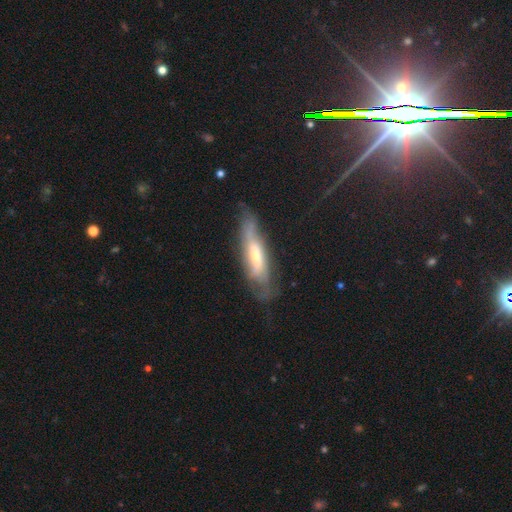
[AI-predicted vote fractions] Smooth or featured: featured or disk — 54% (smooth — 39%)
Edge-on disk: no — 56% (yes — 44%)
Merging: none — 54% (minor disturbance — 27%)